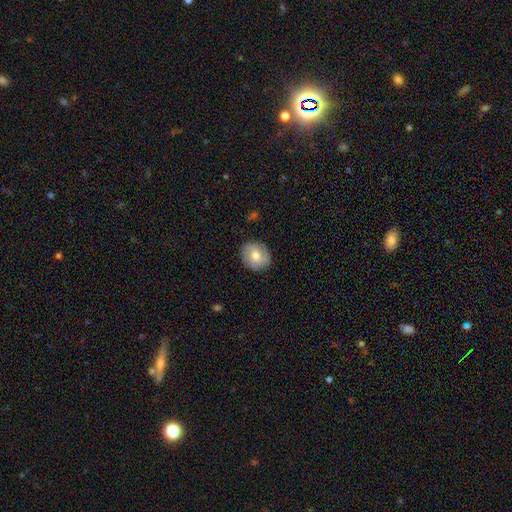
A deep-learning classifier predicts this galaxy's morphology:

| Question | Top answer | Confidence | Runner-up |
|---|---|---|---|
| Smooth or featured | smooth | 60% | featured or disk (33%) |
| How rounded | round | 74% | in between (25%) |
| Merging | none | 86% | minor disturbance (10%) |